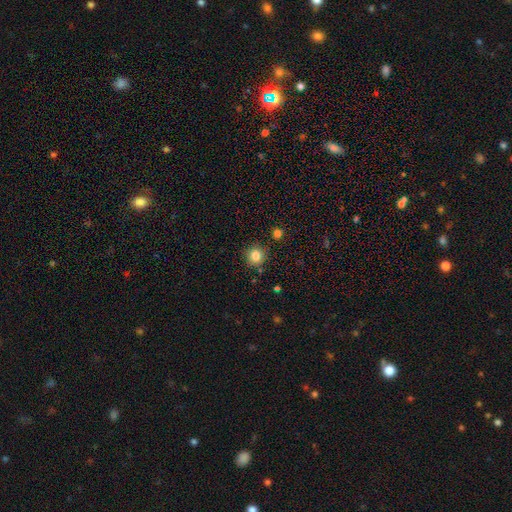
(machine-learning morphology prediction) A smooth galaxy with no disk features (83%) that is round (91%). Merging: none (87%).